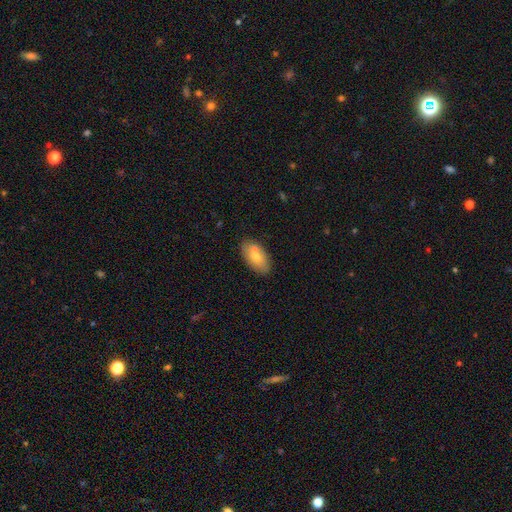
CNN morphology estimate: Smooth or featured? smooth (72%)
How rounded? in between (93%)
Merging? none (71%)